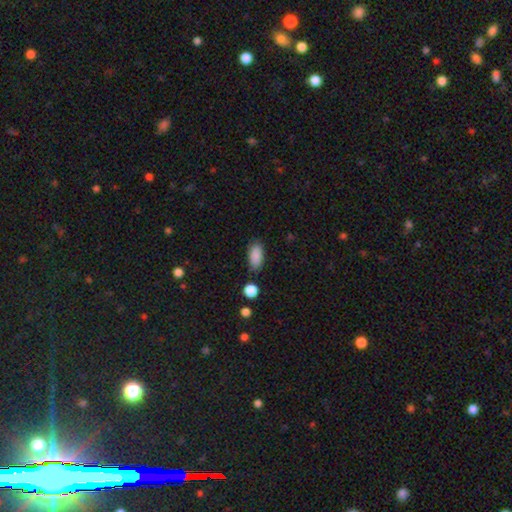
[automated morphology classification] This appears to be a smooth galaxy with no disk features (88%) that is in between round and cigar-shaped (89%). Merging: none (81%).